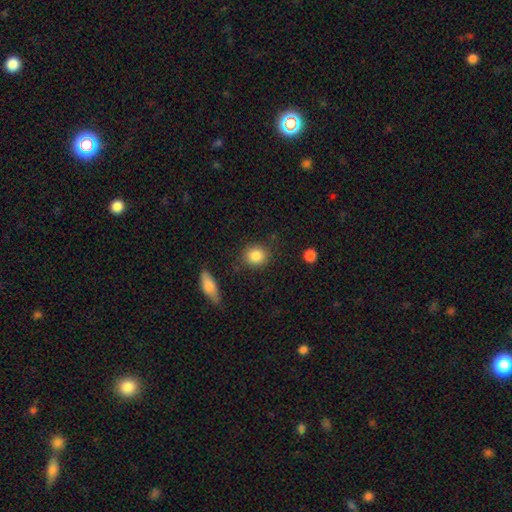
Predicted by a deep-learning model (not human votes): Morphology: type=smooth (86%); roundness=round (78%); merging=none (85%).